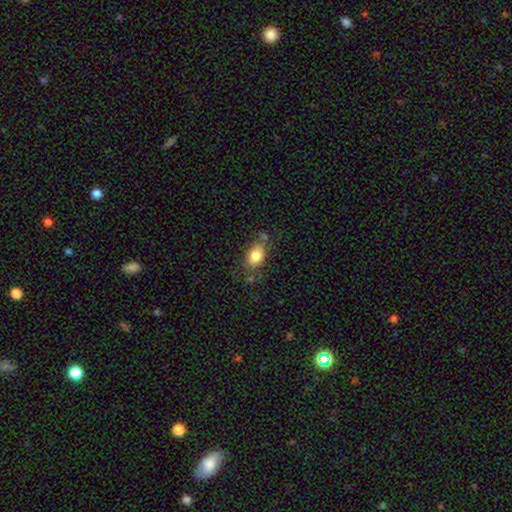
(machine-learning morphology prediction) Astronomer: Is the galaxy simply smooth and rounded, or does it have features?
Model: smooth — 81%.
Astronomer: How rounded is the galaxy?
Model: in between — 79%.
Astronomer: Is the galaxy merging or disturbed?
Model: none — 67%.